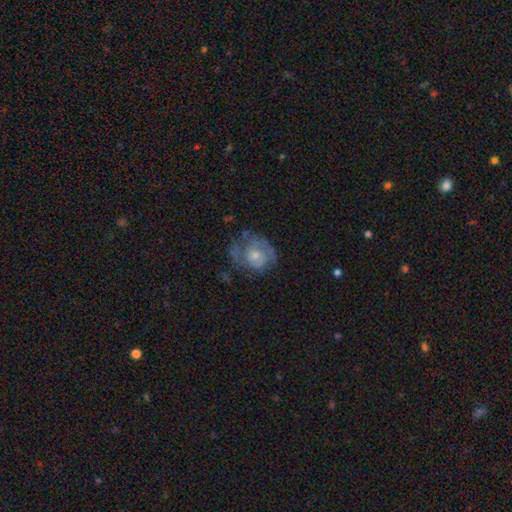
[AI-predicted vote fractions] This is likely a featured or disk galaxy (61%). It is clearly not viewed edge-on (98%). Bar: likely no (78%). Spiral arm pattern: likely yes (69%). Central bulge: possibly moderate (50%). Merging: possibly none (48%).